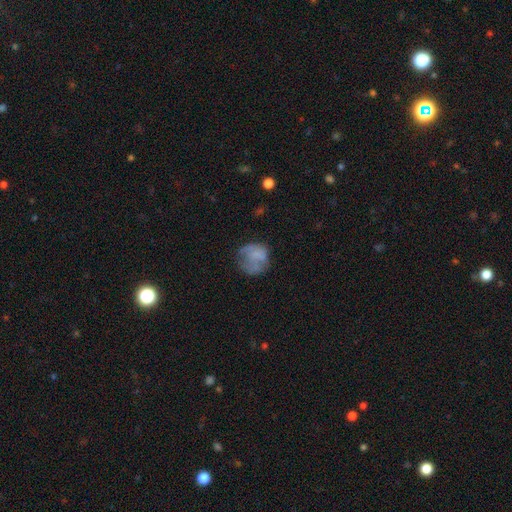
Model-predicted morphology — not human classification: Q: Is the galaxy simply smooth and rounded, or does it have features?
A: smooth — 57%.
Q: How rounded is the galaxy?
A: round — 77%.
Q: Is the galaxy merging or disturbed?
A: none — 49%.